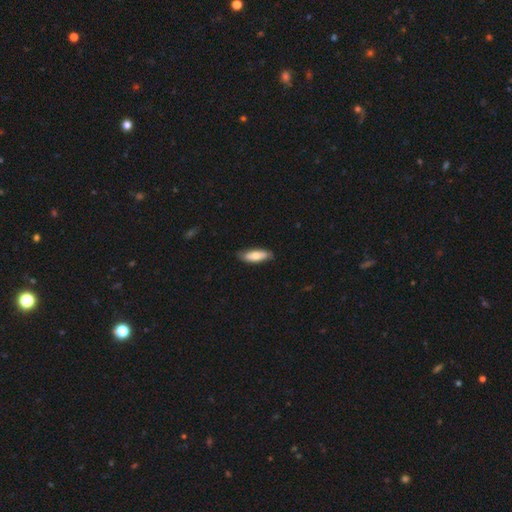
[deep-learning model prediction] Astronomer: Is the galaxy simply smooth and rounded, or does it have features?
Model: smooth — 74%.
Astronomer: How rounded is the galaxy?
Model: in between — 63%.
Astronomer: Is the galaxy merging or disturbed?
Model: none — 80%.